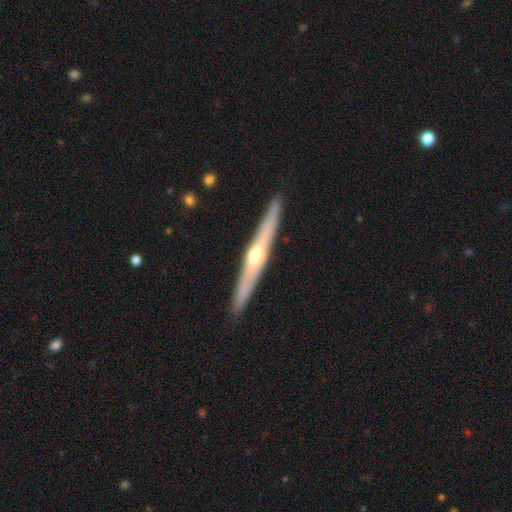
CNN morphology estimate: Smooth or featured? Predicted: featured or disk (p=0.69). Edge-on disk? Predicted: yes (p=0.96). Edge-on bulge? Predicted: rounded (p=0.85). Merging? Predicted: none (p=0.92).